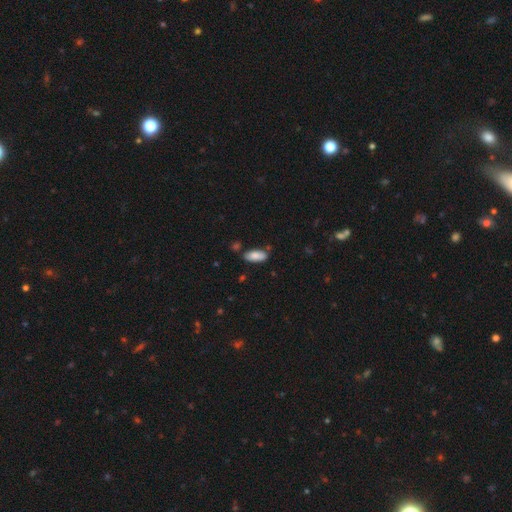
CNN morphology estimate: The model was most divided on "merging": none: 79%, minor disturbance: 14%, merger: 5%, major disturbance: 3%. More confident: smooth or featured — smooth (85%); how rounded — in between (83%).